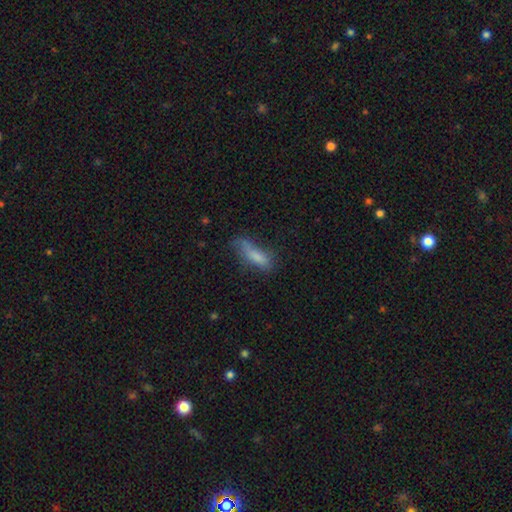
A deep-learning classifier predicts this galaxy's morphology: This appears to be a smooth galaxy with no disk features (73%) that is cigar-shaped (53%). Merging: none (43%).